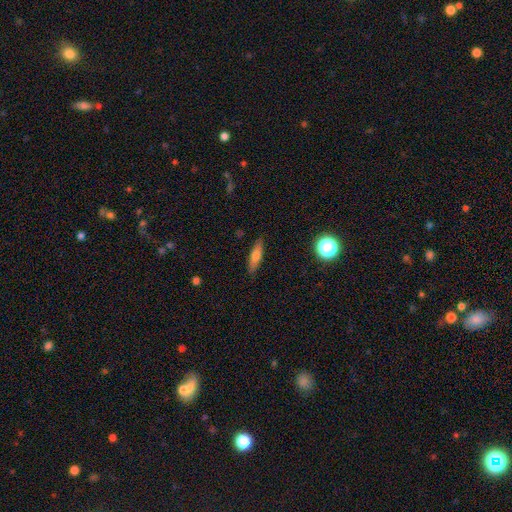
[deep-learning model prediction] Q: Smooth or featured?
A: smooth (65%); runner-up: featured or disk (27%)
Q: How rounded?
A: cigar-shaped (69%); runner-up: in between (28%)
Q: Merging?
A: none (87%); runner-up: minor disturbance (10%)